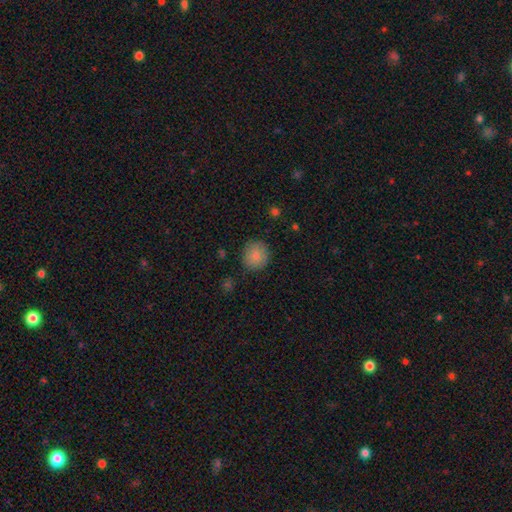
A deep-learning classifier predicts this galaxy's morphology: Smooth or featured?
  - smooth: 85% *
  - star or artifact: 8%
  - featured or disk: 7%
How rounded?
  - round: 90% *
  - in between: 9%
  - cigar-shaped: 1%
Merging?
  - none: 85% *
  - minor disturbance: 11%
  - major disturbance: 3%
  - merger: 2%